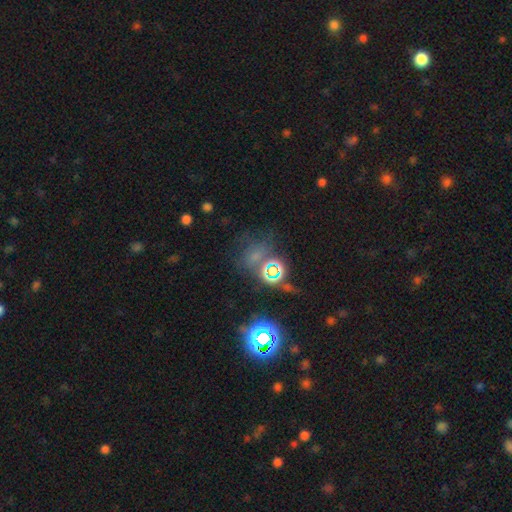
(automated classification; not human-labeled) A star or artifact, not a galaxy (48%).